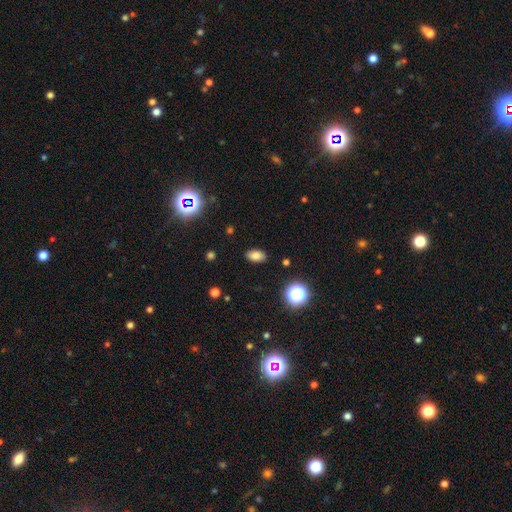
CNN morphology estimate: This appears to be a smooth galaxy with no disk features (78%) that is in between round and cigar-shaped (89%). Merging: none (88%).